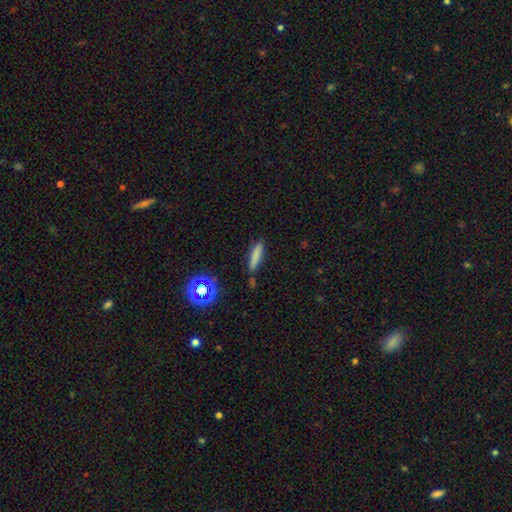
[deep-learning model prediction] smooth-or-featured: smooth: 78% | star or artifact: 12% | featured or disk: 11%
  how-rounded: cigar-shaped: 84% | in between: 14% | round: 2%
  merging: none: 80% | minor disturbance: 13% | merger: 4% | major disturbance: 3%